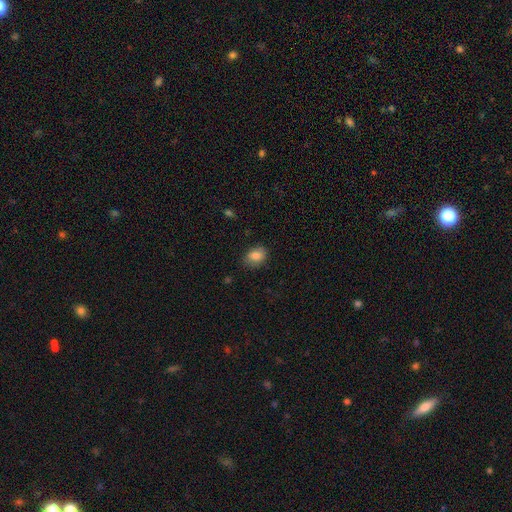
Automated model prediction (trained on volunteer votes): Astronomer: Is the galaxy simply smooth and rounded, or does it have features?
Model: smooth — 84%.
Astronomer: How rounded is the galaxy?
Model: in between — 72%.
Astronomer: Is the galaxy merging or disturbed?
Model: none — 81%.